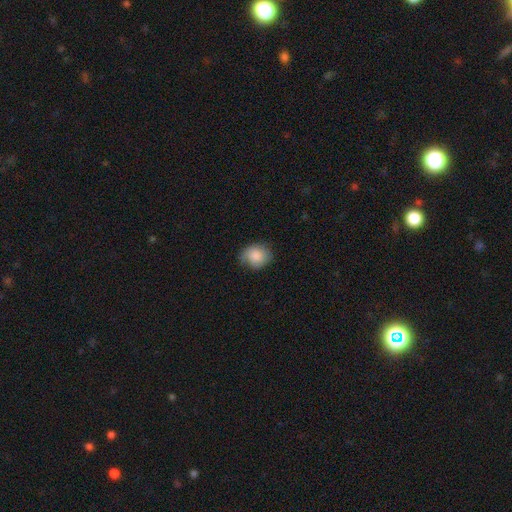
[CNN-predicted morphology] Q: Smooth or featured?
A: smooth (82%); runner-up: featured or disk (10%)
Q: How rounded?
A: round (64%); runner-up: in between (35%)
Q: Merging?
A: none (64%); runner-up: minor disturbance (28%)